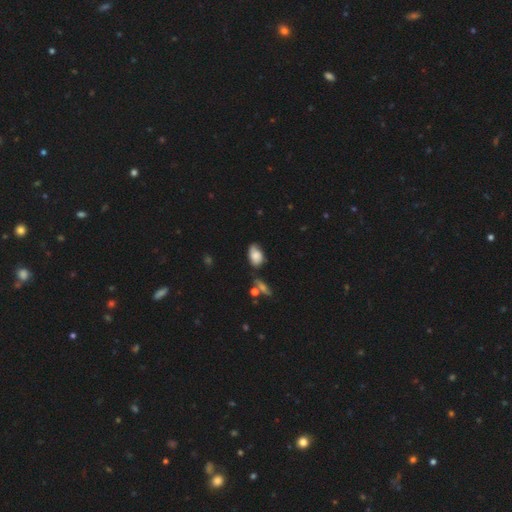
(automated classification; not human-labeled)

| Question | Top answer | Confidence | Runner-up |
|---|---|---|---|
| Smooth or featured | smooth | 63% | featured or disk (27%) |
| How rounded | in between | 87% | round (11%) |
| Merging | none | 52% | minor disturbance (32%) |